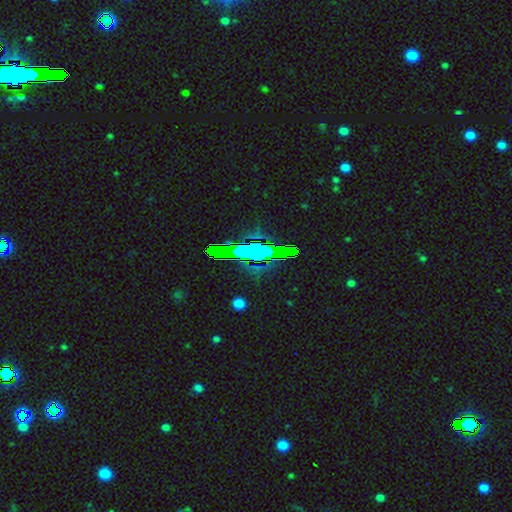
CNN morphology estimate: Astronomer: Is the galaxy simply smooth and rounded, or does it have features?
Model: star or artifact — 68%.